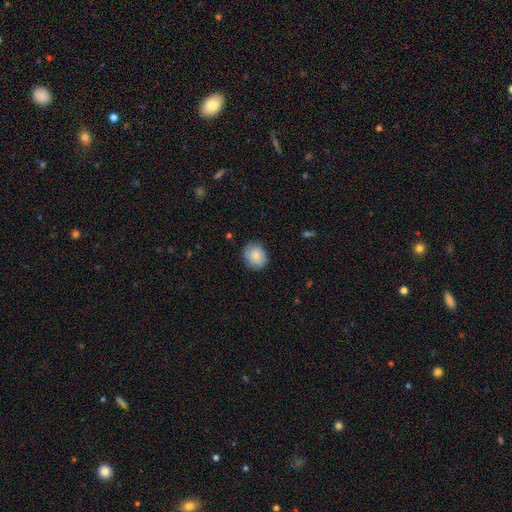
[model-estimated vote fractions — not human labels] Smooth or featured? Predicted: smooth (p=0.82). How rounded? Predicted: round (p=0.72). Merging? Predicted: none (p=0.82).